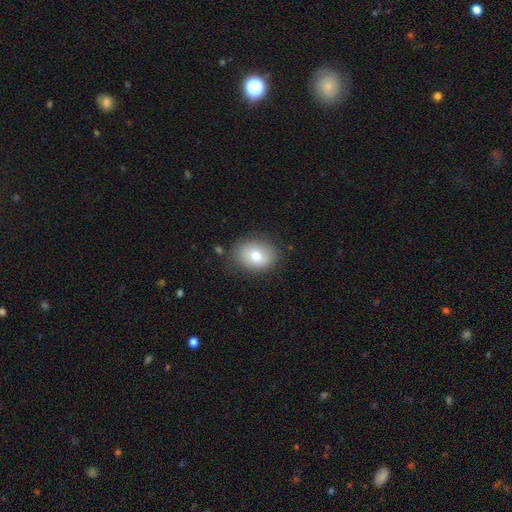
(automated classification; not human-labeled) Smooth or featured?
  - smooth: 75% *
  - featured or disk: 16%
  - star or artifact: 9%
How rounded?
  - in between: 62% *
  - round: 37%
  - cigar-shaped: 1%
Merging?
  - none: 81% *
  - minor disturbance: 14%
  - major disturbance: 4%
  - merger: 2%